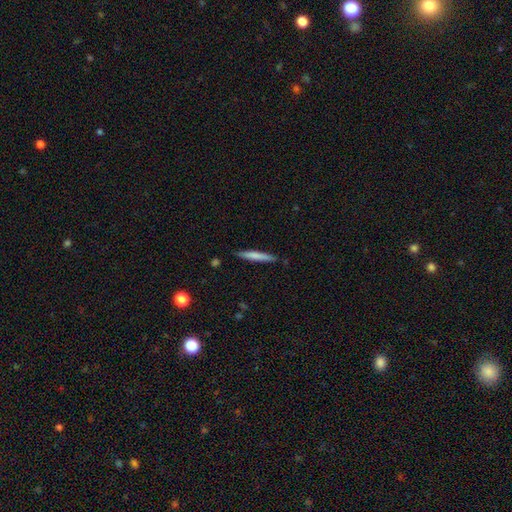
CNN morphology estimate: smooth 73%, featured or disk 22%, star or artifact 5%. Down the decision tree: how rounded — cigar-shaped (95%); merging — none (86%).